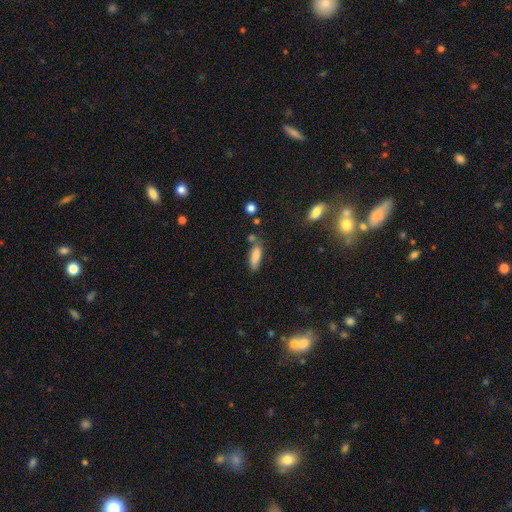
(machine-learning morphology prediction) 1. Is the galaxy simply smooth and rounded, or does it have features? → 83% smooth, 10% featured or disk, 7% star or artifact.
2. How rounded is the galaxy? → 57% in between, 41% cigar-shaped, 2% round.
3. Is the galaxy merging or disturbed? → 65% none, 19% minor disturbance, 11% merger, 5% major disturbance.